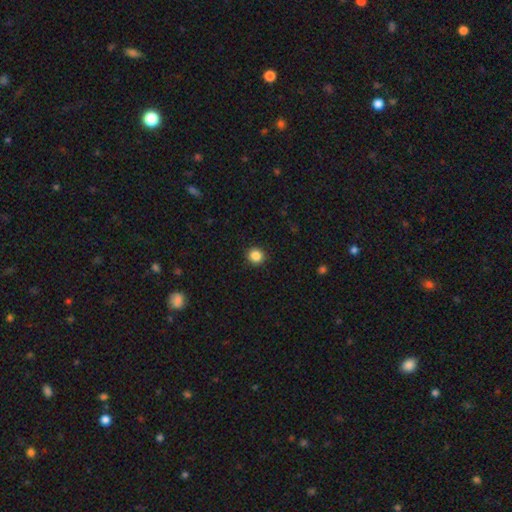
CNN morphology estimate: A smooth galaxy with no disk features (86%) that is round (90%). Merging: none (92%).